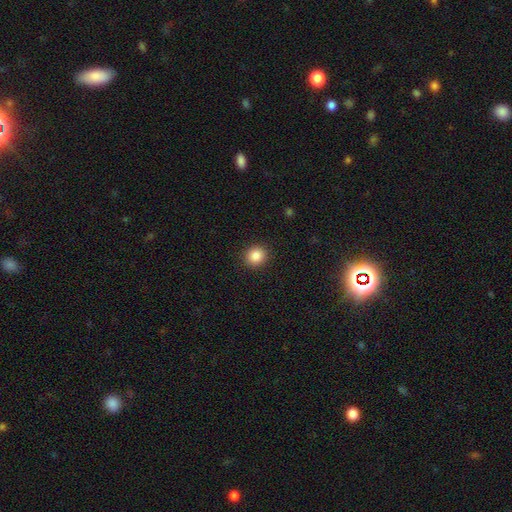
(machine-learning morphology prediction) Q: Smooth or featured?
A: smooth (86%); runner-up: star or artifact (10%)
Q: How rounded?
A: round (84%); runner-up: in between (15%)
Q: Merging?
A: none (91%); runner-up: minor disturbance (6%)